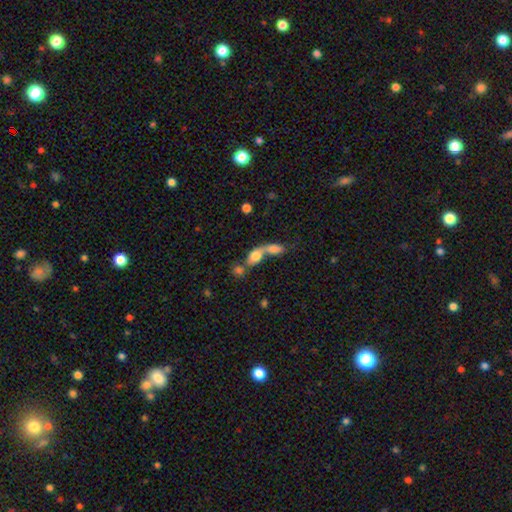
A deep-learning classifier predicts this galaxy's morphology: Smooth or featured: smooth — 71% (featured or disk — 19%)
How rounded: in between — 70% (round — 21%)
Merging: merger — 76% (none — 13%)